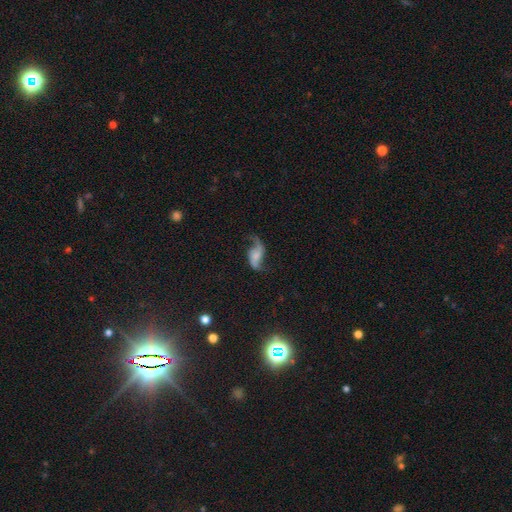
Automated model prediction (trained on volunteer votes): smooth_or_featured: featured or disk (p=0.77) [alt: smooth p=0.15]
disk_edge_on: no (p=0.95) [alt: yes p=0.05]
bar: no (p=0.56) [alt: weak p=0.31]
has_spiral_arms: yes (p=0.93) [alt: no p=0.07]
spiral_winding: loose (p=0.84) [alt: medium p=0.13]
spiral_arm_count: 2 (p=0.91) [alt: 1 p=0.04]
bulge_size: small (p=0.40) [alt: none p=0.28]
merging: none (p=0.64) [alt: minor disturbance p=0.18]